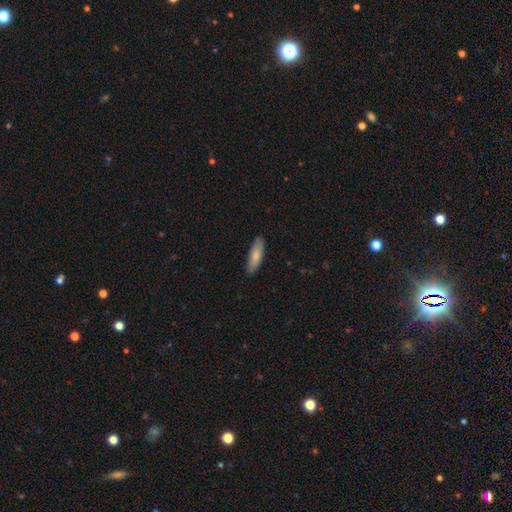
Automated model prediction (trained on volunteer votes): smooth_or_featured: smooth (p=0.80) [alt: featured or disk p=0.15]
how_rounded: cigar-shaped (p=0.51) [alt: in between p=0.48]
merging: none (p=0.87) [alt: minor disturbance p=0.10]